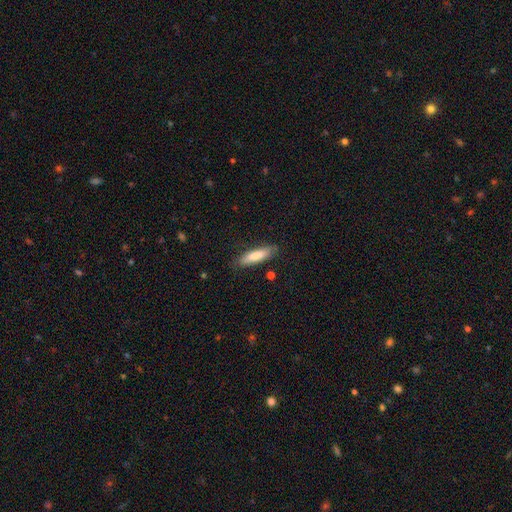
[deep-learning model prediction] smooth-or-featured: smooth: 78% | featured or disk: 16% | star or artifact: 6%
  how-rounded: cigar-shaped: 67% | in between: 31% | round: 1%
  merging: none: 82% | minor disturbance: 13% | major disturbance: 3% | merger: 2%